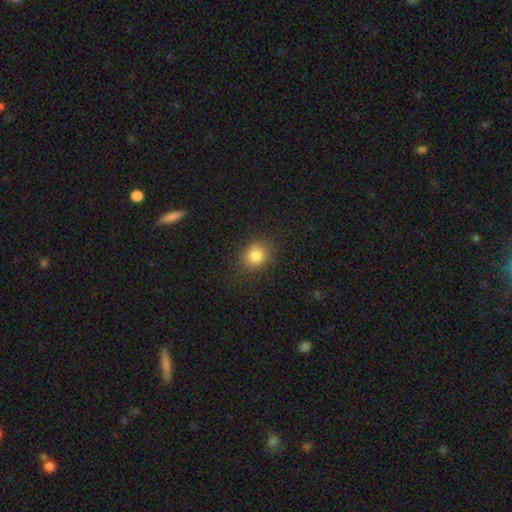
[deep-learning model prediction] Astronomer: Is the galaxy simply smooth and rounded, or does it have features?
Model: smooth — 82%.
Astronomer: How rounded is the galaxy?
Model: round — 69%.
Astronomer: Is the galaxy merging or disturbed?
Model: none — 83%.